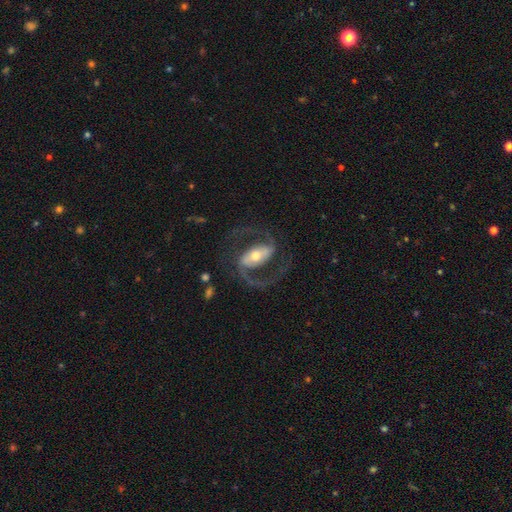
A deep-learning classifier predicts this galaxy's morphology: This is clearly a featured or disk galaxy (91%). It is clearly not viewed edge-on (97%). Bar: possibly strong (53%). Spiral arm pattern: clearly yes (97%). Spiral arm count: clearly 2 (93%). Spiral winding: likely medium (62%). Central bulge: possibly moderate (58%). Merging: likely none (76%).